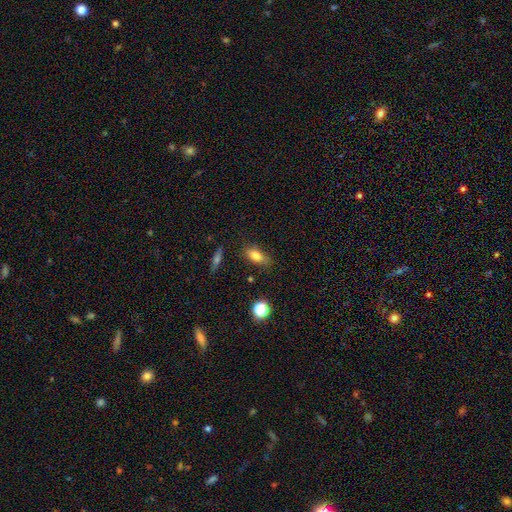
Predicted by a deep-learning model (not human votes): Smooth or featured: smooth — 78% (featured or disk — 12%)
How rounded: in between — 78% (cigar-shaped — 15%)
Merging: none — 74% (minor disturbance — 19%)